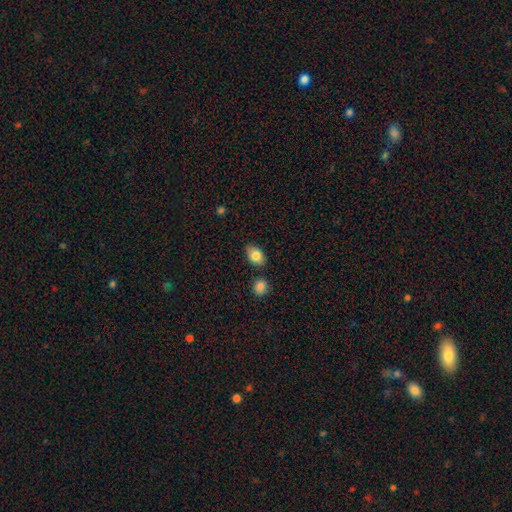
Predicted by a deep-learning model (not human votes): A smooth galaxy with no disk features (83%) that is in between round and cigar-shaped (85%).

Vote fractions:
- Smooth or featured? smooth: 83% / featured or disk: 9% / star or artifact: 8%
- How rounded? in between: 85% / round: 13% / cigar-shaped: 2%
- Merging? none: 79% / minor disturbance: 13% / merger: 5% / major disturbance: 3%